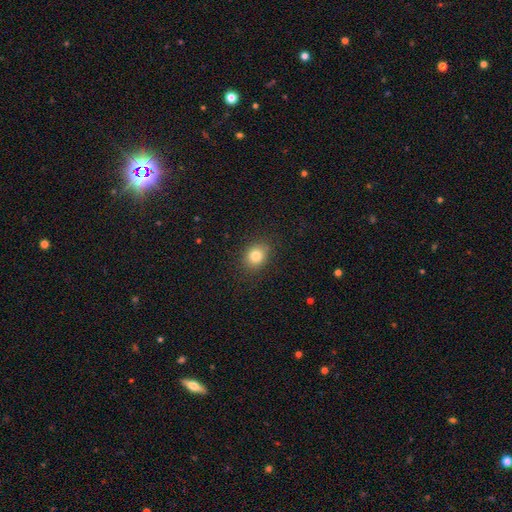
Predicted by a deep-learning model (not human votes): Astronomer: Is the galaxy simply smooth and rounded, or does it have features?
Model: smooth — 82%.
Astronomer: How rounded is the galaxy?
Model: round — 61% (runner-up: in between, 38%).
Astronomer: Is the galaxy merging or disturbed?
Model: none — 86%.